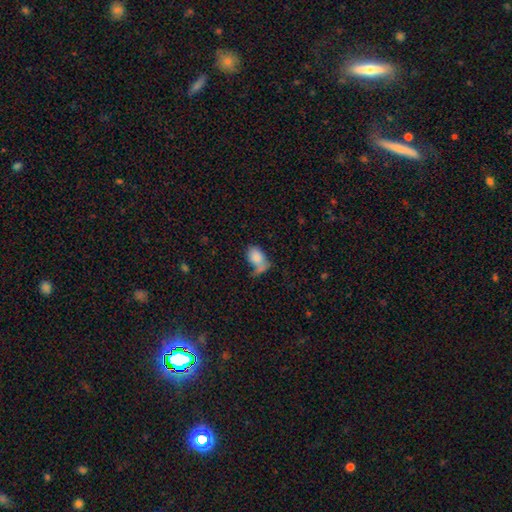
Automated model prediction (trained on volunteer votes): The model was most divided on "merging": none: 35%, merger: 24%, minor disturbance: 22%, major disturbance: 18%. More confident: how rounded — in between (88%); smooth or featured — smooth (80%).